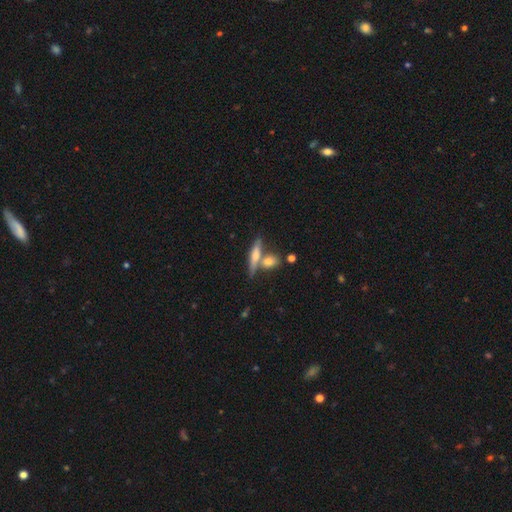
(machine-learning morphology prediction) smooth_or_featured: smooth (p=0.54) [alt: featured or disk p=0.39]
how_rounded: cigar-shaped (p=0.66) [alt: in between p=0.27]
merging: none (p=0.55) [alt: merger p=0.31]